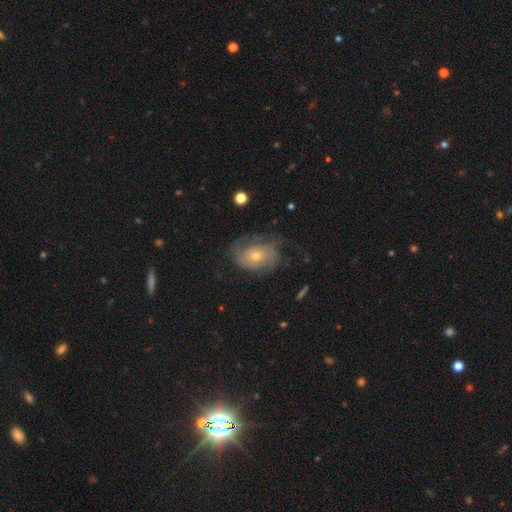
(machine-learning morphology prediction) Q: Smooth or featured?
A: featured or disk (67%); runner-up: smooth (25%)
Q: Edge-on disk?
A: no (96%); runner-up: yes (4%)
Q: Bar?
A: no (78%); runner-up: weak (18%)
Q: Spiral arms?
A: yes (84%); runner-up: no (16%)
Q: Spiral winding?
A: tight (42%); runner-up: medium (37%)
Q: Spiral arm count?
A: 2 (37%); runner-up: can't tell (33%)
Q: Bulge size?
A: small (55%); runner-up: moderate (40%)
Q: Merging?
A: none (52%); runner-up: minor disturbance (25%)